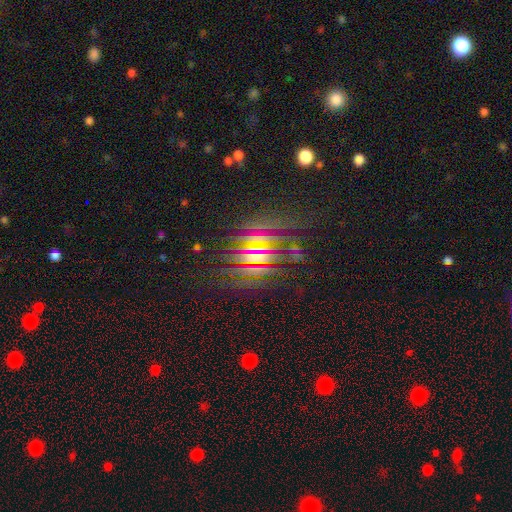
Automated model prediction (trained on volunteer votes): Smooth or featured?
  - star or artifact: 59% *
  - featured or disk: 22%
  - smooth: 19%